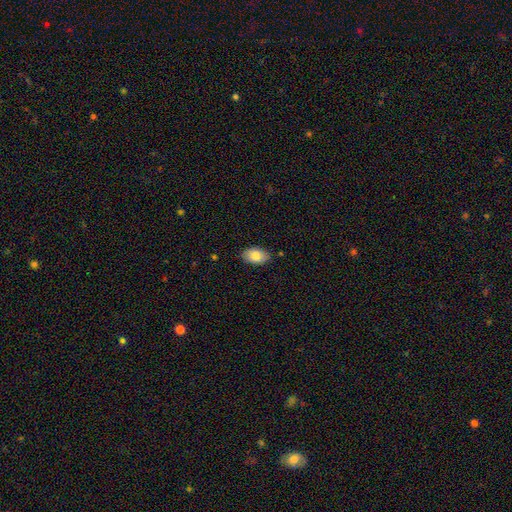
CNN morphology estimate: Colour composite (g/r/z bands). It shows a smooth galaxy with no disk features (84%) that is in between round and cigar-shaped (92%). Merging: none (83%).